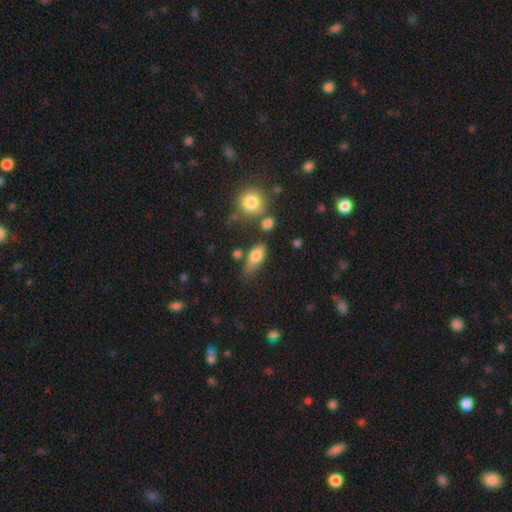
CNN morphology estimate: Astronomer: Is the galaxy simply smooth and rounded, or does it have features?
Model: smooth — 76%.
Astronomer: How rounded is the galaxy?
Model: in between — 76%.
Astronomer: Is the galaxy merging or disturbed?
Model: none — 57%.